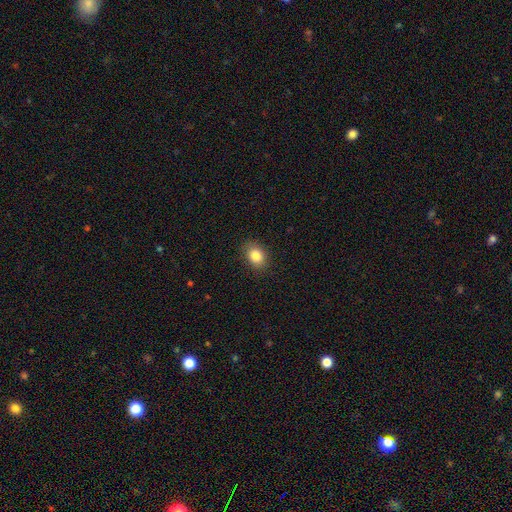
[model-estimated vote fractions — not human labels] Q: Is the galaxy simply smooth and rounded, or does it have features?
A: smooth — 85%.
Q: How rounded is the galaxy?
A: in between — 67%.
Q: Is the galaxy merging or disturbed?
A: none — 87%.